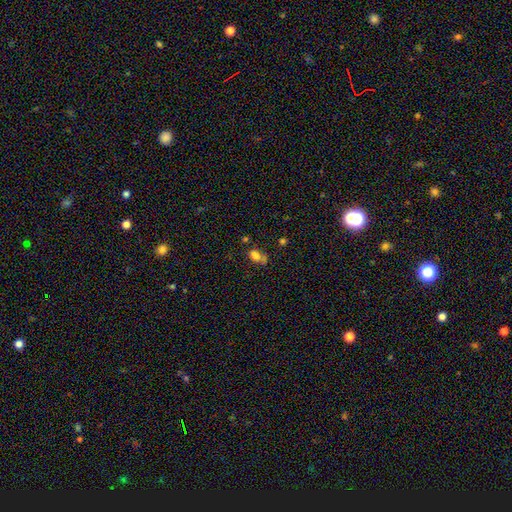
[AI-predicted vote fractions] This is likely a smooth galaxy (70%). How rounded: likely in between (80%). Merging: possibly none (47%).